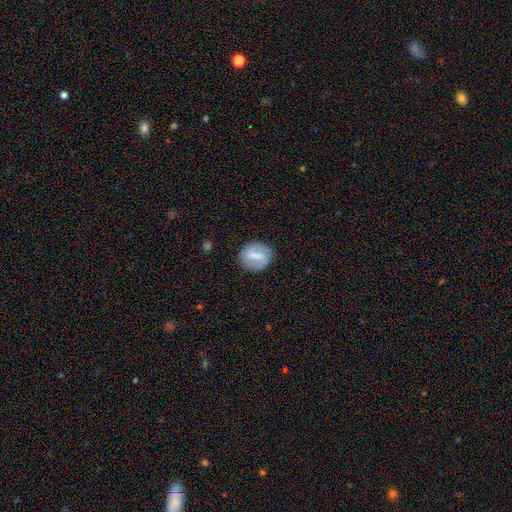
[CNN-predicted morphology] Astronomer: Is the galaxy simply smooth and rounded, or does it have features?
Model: smooth — 49% (runner-up: featured or disk, 44%).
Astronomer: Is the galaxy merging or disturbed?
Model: none — 82%.